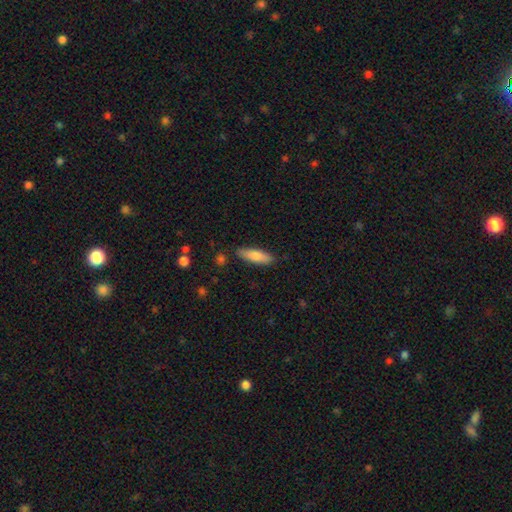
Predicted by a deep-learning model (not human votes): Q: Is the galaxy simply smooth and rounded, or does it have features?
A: smooth — 78%.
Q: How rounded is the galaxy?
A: cigar-shaped — 57%.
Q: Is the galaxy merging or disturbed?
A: none — 86%.